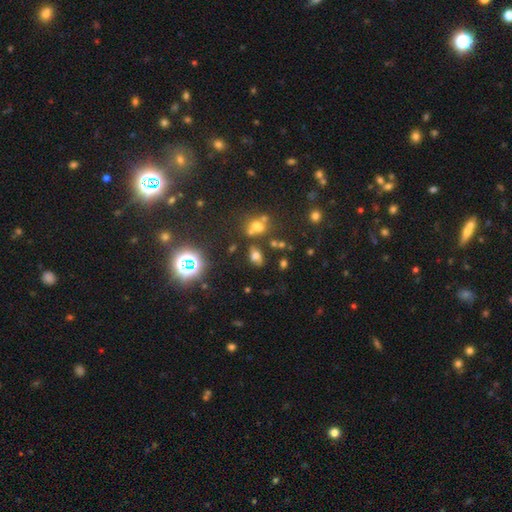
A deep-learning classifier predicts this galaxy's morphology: This is possibly a smooth galaxy (57%). How rounded: clearly in between (83%). Merging: likely none (66%).